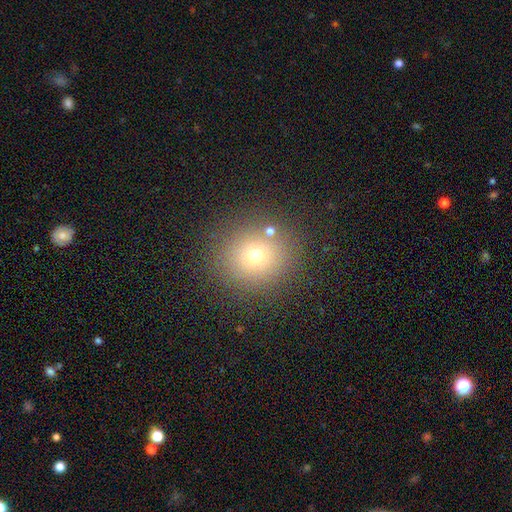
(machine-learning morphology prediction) Smooth or featured? smooth (68%)
How rounded? round (87%)
Merging? none (83%)